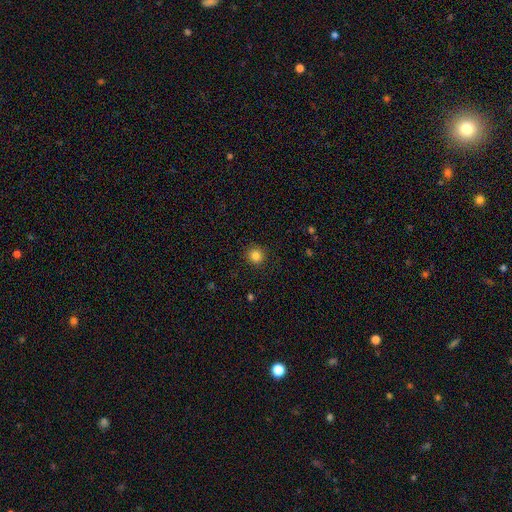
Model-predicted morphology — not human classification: Overall: smooth (84%). How rounded: round (93%). Merging: none (91%).